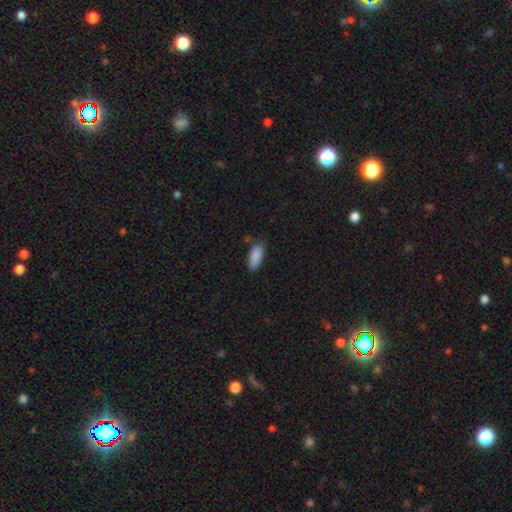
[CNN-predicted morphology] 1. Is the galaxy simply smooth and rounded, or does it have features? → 89% smooth, 7% star or artifact, 4% featured or disk.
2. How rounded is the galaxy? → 82% in between, 16% cigar-shaped, 2% round.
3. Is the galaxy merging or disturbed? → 74% none, 20% minor disturbance, 3% major disturbance, 3% merger.